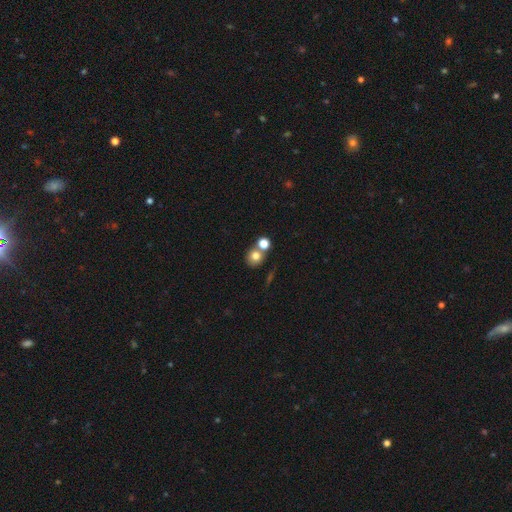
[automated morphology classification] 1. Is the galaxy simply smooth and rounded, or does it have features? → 75% smooth, 13% star or artifact, 12% featured or disk.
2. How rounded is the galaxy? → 80% round, 18% in between, 1% cigar-shaped.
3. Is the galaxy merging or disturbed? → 53% none, 36% merger, 8% minor disturbance, 3% major disturbance.